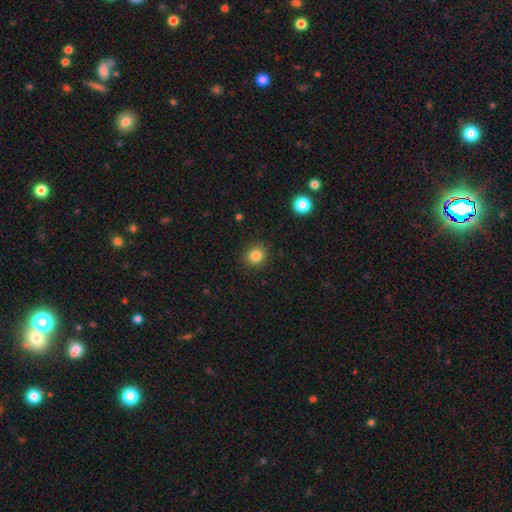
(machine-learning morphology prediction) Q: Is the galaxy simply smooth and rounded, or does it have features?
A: smooth — 83%.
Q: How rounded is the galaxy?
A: round — 82%.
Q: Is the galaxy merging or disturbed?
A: none — 89%.